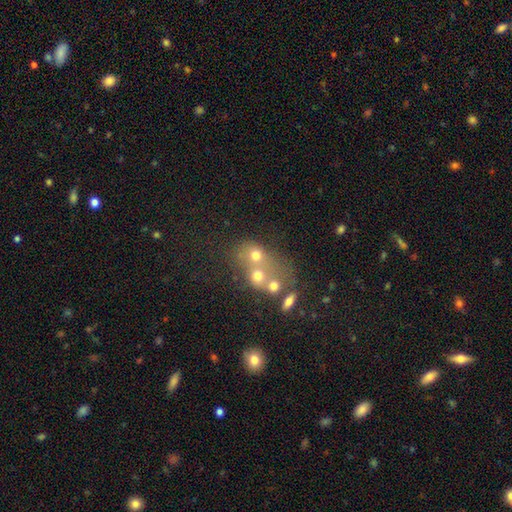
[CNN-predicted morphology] smooth 42%, star or artifact 36%, featured or disk 21%. Down the decision tree: merging — merger (46%).